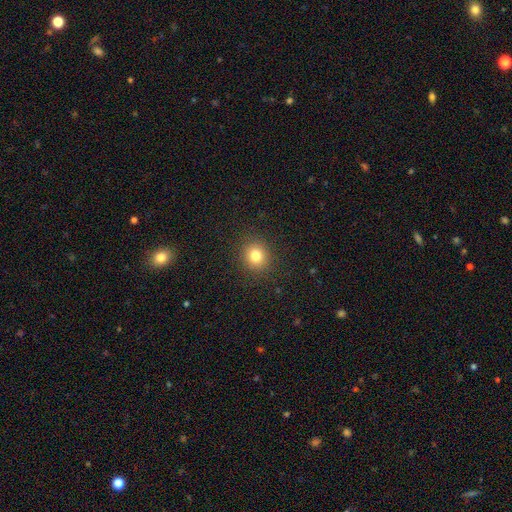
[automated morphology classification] A smooth galaxy with no disk features (80%) that is round (83%).

Vote fractions:
- Smooth or featured? smooth: 80% / star or artifact: 13% / featured or disk: 7%
- How rounded? round: 83% / in between: 16% / cigar-shaped: 1%
- Merging? none: 90% / minor disturbance: 6% / major disturbance: 2% / merger: 1%